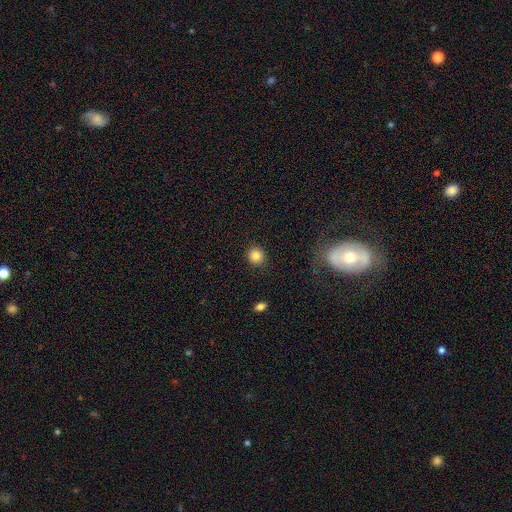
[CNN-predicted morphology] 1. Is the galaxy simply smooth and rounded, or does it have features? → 84% smooth, 11% star or artifact, 6% featured or disk.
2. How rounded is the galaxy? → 85% round, 14% in between, 1% cigar-shaped.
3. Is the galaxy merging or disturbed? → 89% none, 8% minor disturbance, 2% major disturbance, 1% merger.